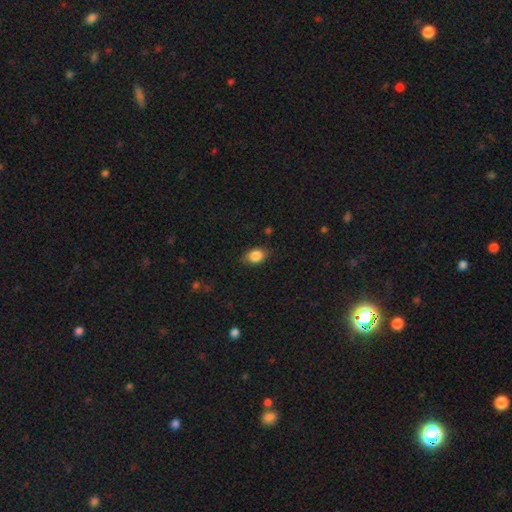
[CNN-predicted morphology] smooth_or_featured: smooth (p=0.85) [alt: star or artifact p=0.08]
how_rounded: in between (p=0.75) [alt: round p=0.23]
merging: none (p=0.79) [alt: minor disturbance p=0.16]